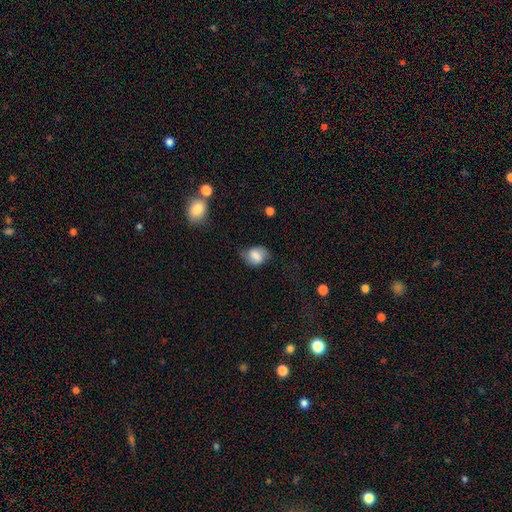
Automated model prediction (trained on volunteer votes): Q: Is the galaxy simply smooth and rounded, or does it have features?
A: smooth — 69%.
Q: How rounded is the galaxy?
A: in between — 60%.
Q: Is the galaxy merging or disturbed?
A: none — 58%.